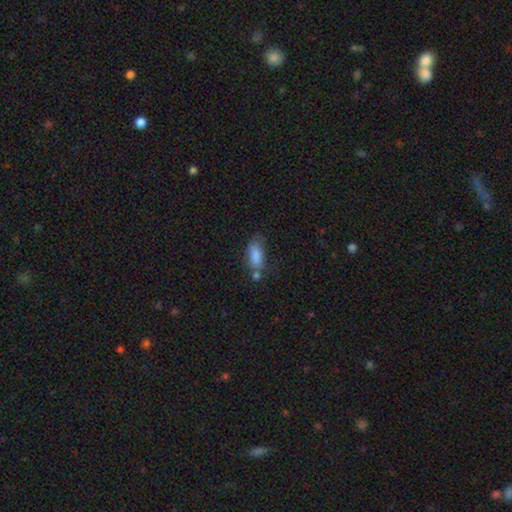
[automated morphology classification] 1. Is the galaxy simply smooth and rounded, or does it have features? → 83% smooth, 9% featured or disk, 8% star or artifact.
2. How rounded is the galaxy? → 84% in between, 13% cigar-shaped, 3% round.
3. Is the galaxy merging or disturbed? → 48% none, 25% minor disturbance, 16% merger, 10% major disturbance.